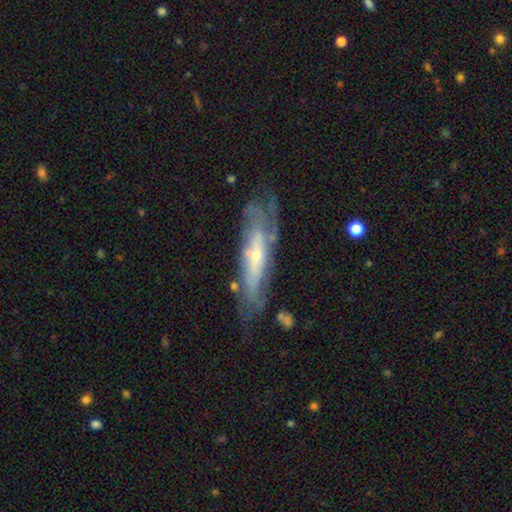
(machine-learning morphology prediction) This is likely a featured or disk galaxy (72%). It is likely not viewed edge-on (60%). Merging: likely none (64%).